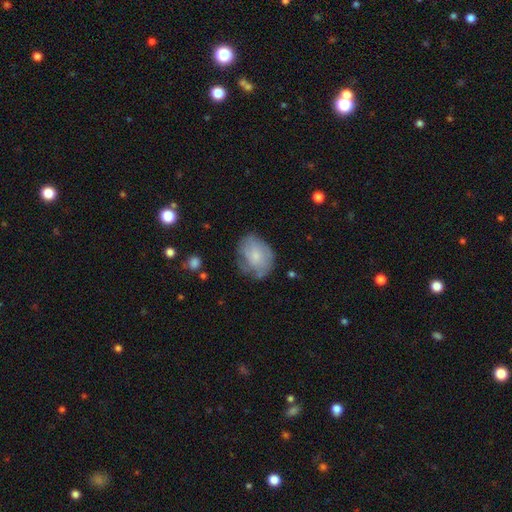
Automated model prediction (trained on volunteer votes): This appears to be a smooth galaxy with no disk features (63%) that is in between round and cigar-shaped (60%). Merging: none (53%).